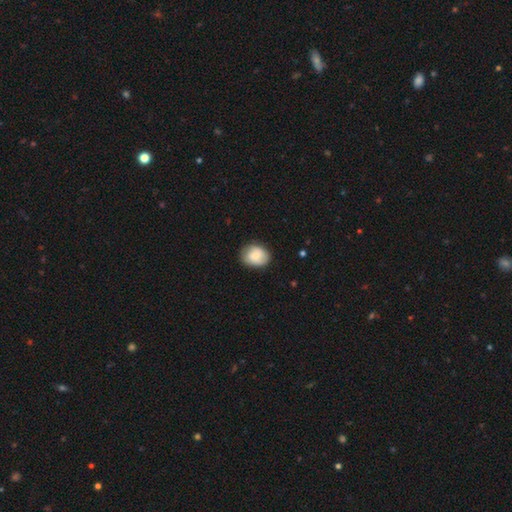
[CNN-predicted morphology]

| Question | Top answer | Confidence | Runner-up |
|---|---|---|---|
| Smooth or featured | smooth | 74% | featured or disk (19%) |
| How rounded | round | 50% | in between (49%) |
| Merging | none | 80% | minor disturbance (16%) |